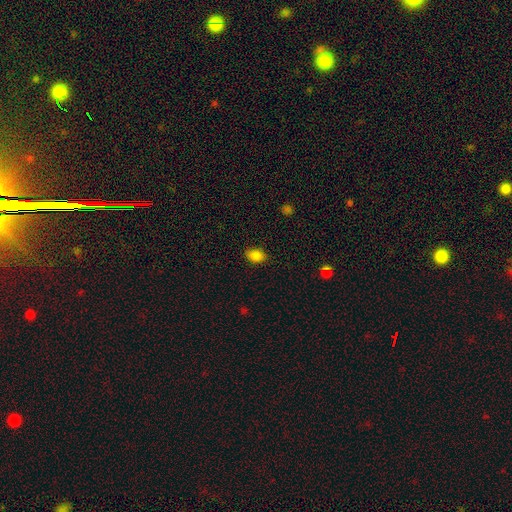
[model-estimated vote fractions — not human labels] Q: Smooth or featured?
A: smooth (85%); runner-up: star or artifact (11%)
Q: How rounded?
A: in between (80%); runner-up: round (19%)
Q: Merging?
A: none (85%); runner-up: minor disturbance (11%)